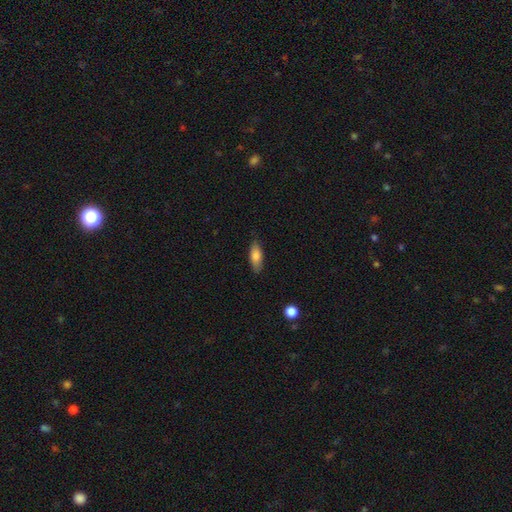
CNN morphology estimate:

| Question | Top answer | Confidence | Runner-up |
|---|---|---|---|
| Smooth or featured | smooth | 78% | featured or disk (15%) |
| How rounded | in between | 73% | cigar-shaped (24%) |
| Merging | none | 83% | minor disturbance (13%) |